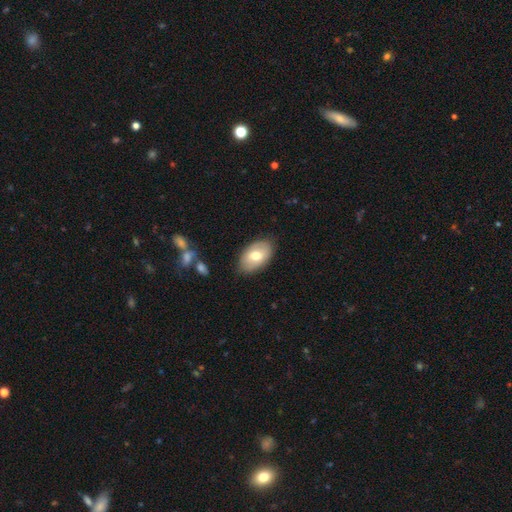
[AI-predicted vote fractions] Smooth or featured? Predicted: smooth (p=0.68). How rounded? Predicted: in between (p=0.92). Merging? Predicted: none (p=0.82).